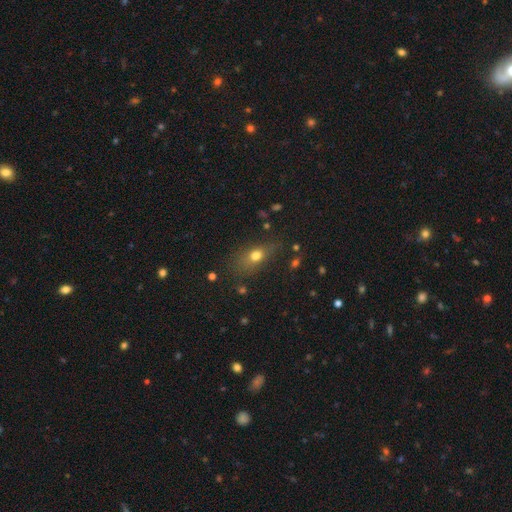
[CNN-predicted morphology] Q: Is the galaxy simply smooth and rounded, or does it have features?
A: smooth — 71%.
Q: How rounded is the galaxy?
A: in between — 66%.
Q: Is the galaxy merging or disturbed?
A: none — 63%.